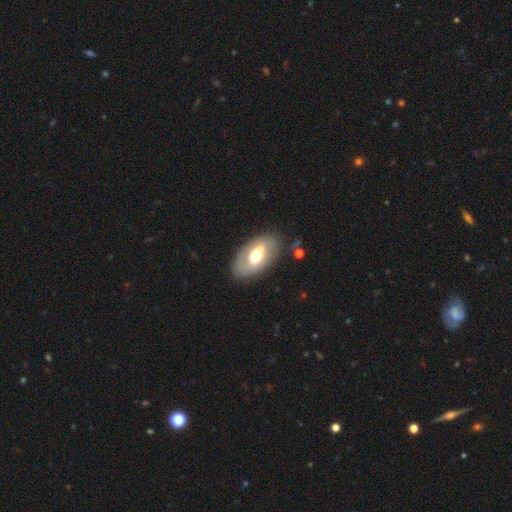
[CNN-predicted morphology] A smooth galaxy with no disk features (52%) that is in between round and cigar-shaped (93%).

Vote fractions:
- Smooth or featured? smooth: 52% / featured or disk: 42% / star or artifact: 6%
- How rounded? in between: 93% / round: 5% / cigar-shaped: 3%
- Merging? none: 79% / minor disturbance: 14% / major disturbance: 5% / merger: 2%